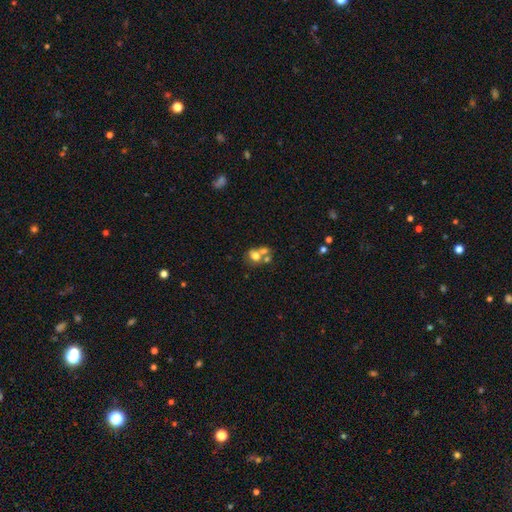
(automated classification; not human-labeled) Smooth or featured? Predicted: smooth (p=0.65). How rounded? Predicted: round (p=0.51). Merging? Predicted: merger (p=0.56).